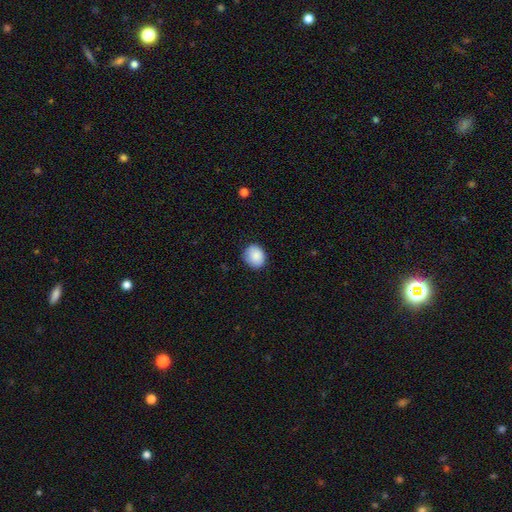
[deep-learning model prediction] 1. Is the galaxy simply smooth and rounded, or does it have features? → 87% smooth, 7% star or artifact, 5% featured or disk.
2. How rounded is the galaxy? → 68% round, 31% in between, 1% cigar-shaped.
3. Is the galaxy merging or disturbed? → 80% none, 16% minor disturbance, 3% major disturbance, 1% merger.